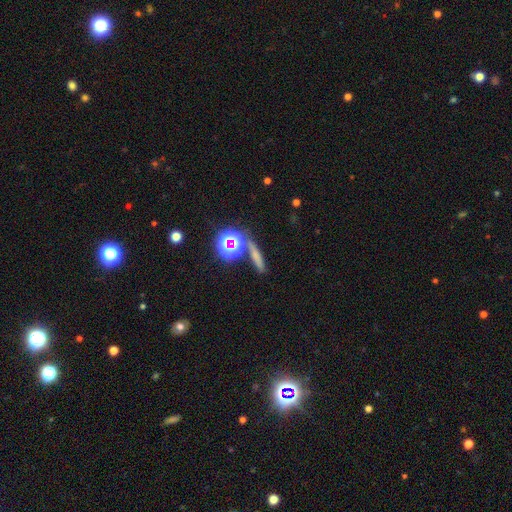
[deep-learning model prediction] Smooth or featured: smooth — 58% (star or artifact — 26%)
How rounded: cigar-shaped — 70% (round — 17%)
Merging: none — 72% (merger — 12%)